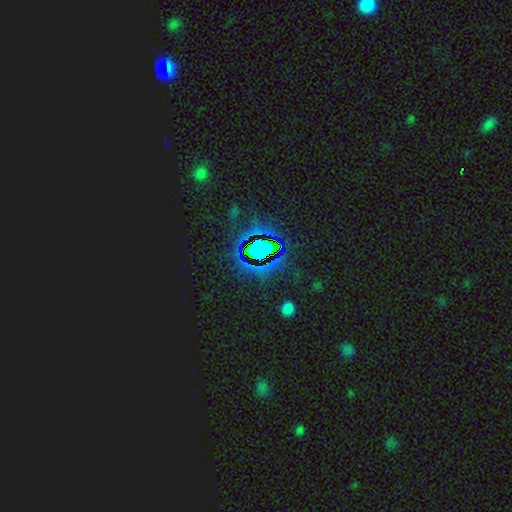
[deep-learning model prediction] Overall: star or artifact (81%).